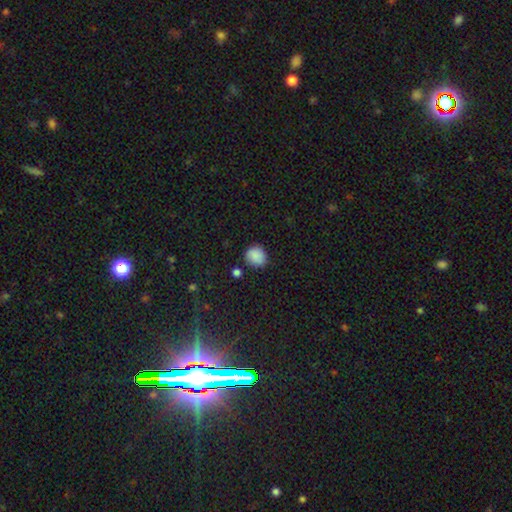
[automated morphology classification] Smooth or featured?
  - smooth: 85% *
  - star or artifact: 9%
  - featured or disk: 6%
How rounded?
  - round: 80% *
  - in between: 19%
  - cigar-shaped: 1%
Merging?
  - none: 75% *
  - minor disturbance: 17%
  - merger: 4%
  - major disturbance: 3%